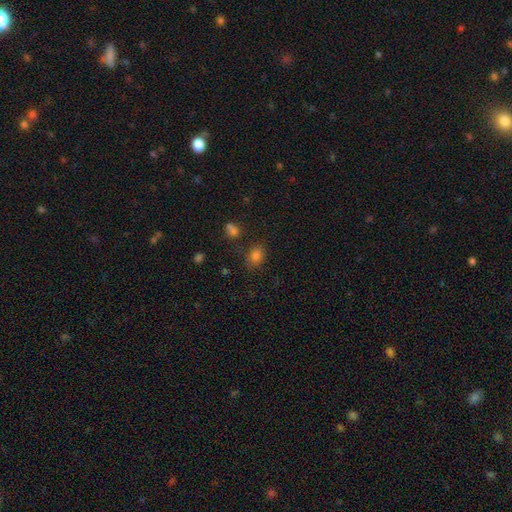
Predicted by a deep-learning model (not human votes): Smooth or featured? smooth (79%)
How rounded? in between (64%)
Merging? none (74%)